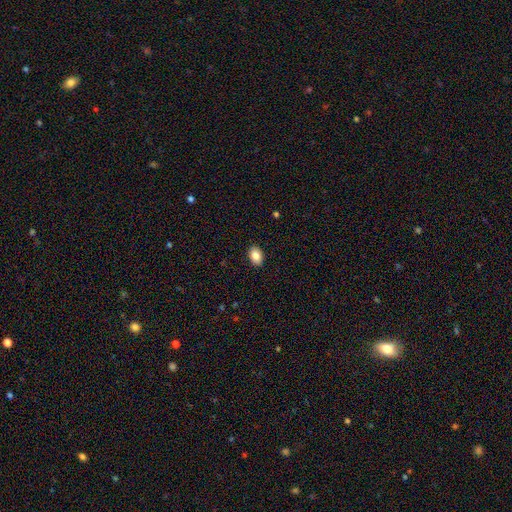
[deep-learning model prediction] Morphology: type=smooth (85%); roundness=in between (85%); merging=none (90%).